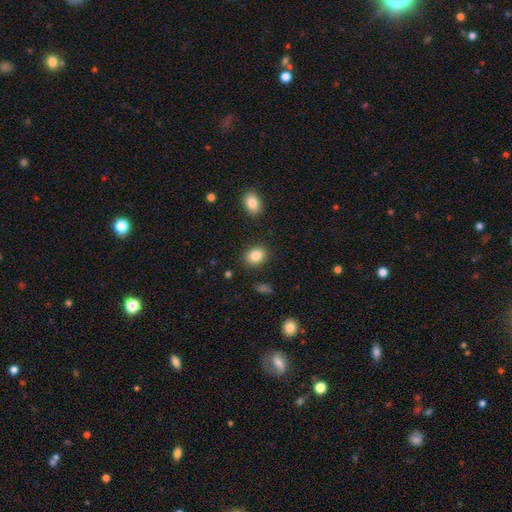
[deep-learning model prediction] Smooth or featured?
  - smooth: 85% *
  - star or artifact: 9%
  - featured or disk: 6%
How rounded?
  - in between: 50% *
  - round: 49%
  - cigar-shaped: 1%
Merging?
  - none: 88% *
  - minor disturbance: 8%
  - major disturbance: 2%
  - merger: 2%